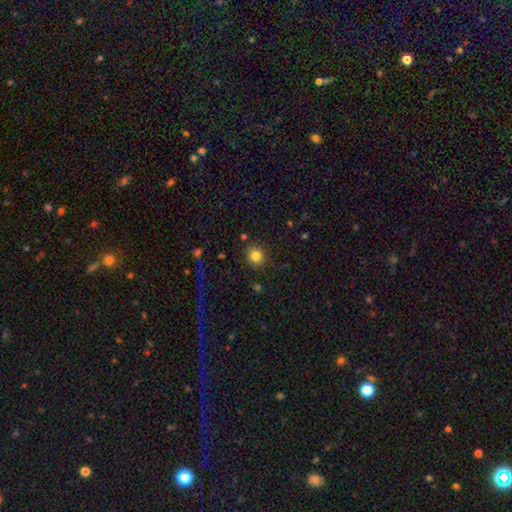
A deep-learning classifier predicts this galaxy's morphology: Smooth or featured?
  - smooth: 83% *
  - star or artifact: 11%
  - featured or disk: 6%
How rounded?
  - round: 86% *
  - in between: 13%
  - cigar-shaped: 1%
Merging?
  - none: 87% *
  - minor disturbance: 8%
  - major disturbance: 3%
  - merger: 2%